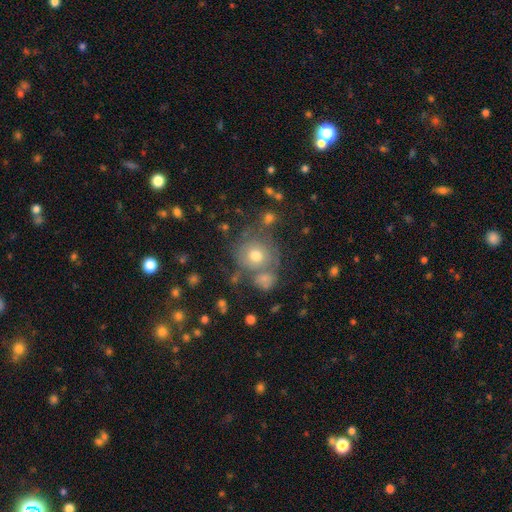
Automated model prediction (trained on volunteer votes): A smooth galaxy with no disk features (65%) that is round (87%).

Vote fractions:
- Smooth or featured? smooth: 65% / featured or disk: 23% / star or artifact: 12%
- How rounded? round: 87% / in between: 12% / cigar-shaped: 1%
- Merging? none: 57% / merger: 18% / minor disturbance: 15% / major disturbance: 10%